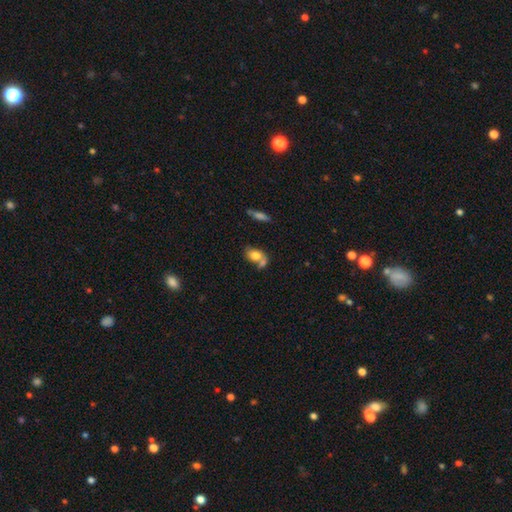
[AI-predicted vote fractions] This is likely a smooth galaxy (74%). How rounded: likely in between (79%). Merging: possibly merger (49%).